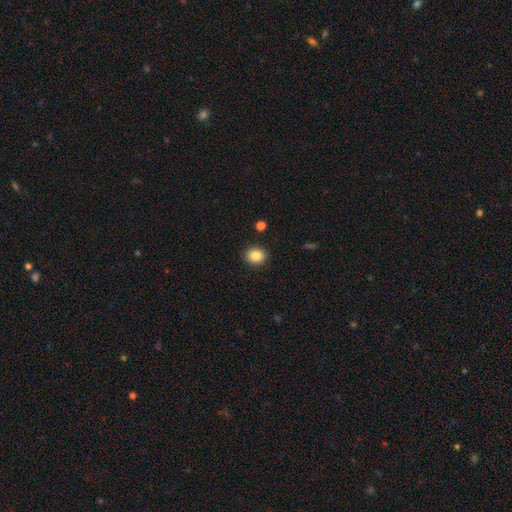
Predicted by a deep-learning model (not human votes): Smooth or featured: smooth — 86% (star or artifact — 9%)
How rounded: round — 67% (in between — 32%)
Merging: none — 90% (minor disturbance — 7%)